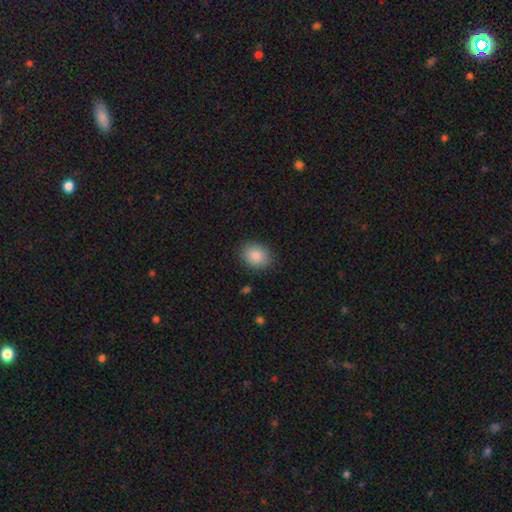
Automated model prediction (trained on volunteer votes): Overall: smooth (87%). How rounded: in between (51%; round 48%). Merging: none (87%).